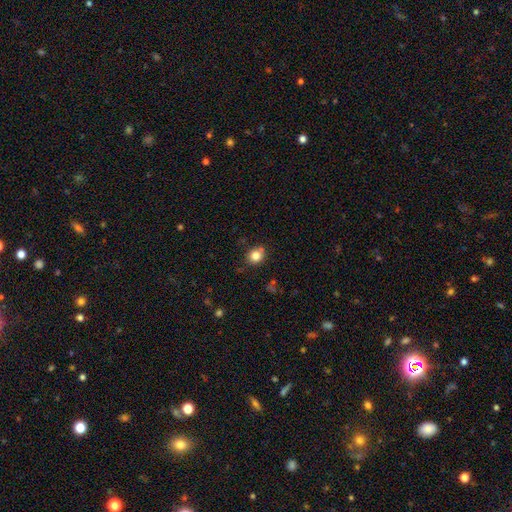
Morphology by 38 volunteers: A smooth galaxy with no disk features (84%) that is round (75%).

Vote fractions:
- Smooth or featured? smooth: 84% / featured or disk: 8% / star or artifact: 8%
- How rounded? round: 75% / in between: 22% / cigar-shaped: 3%
- Merging? none: 86% / merger: 9% / minor disturbance: 6% / major disturbance: 0%